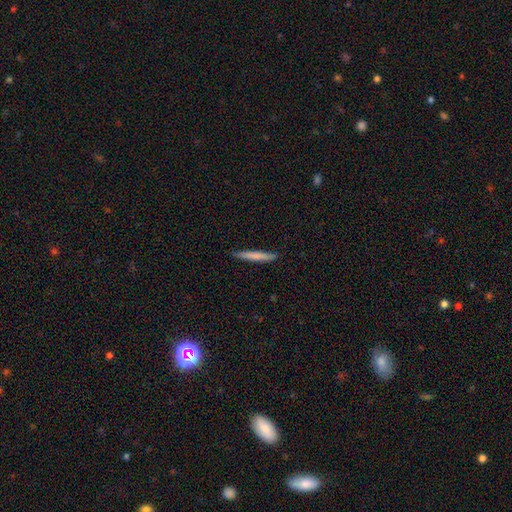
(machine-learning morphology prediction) Smooth or featured? smooth (71%)
How rounded? cigar-shaped (96%)
Merging? none (88%)